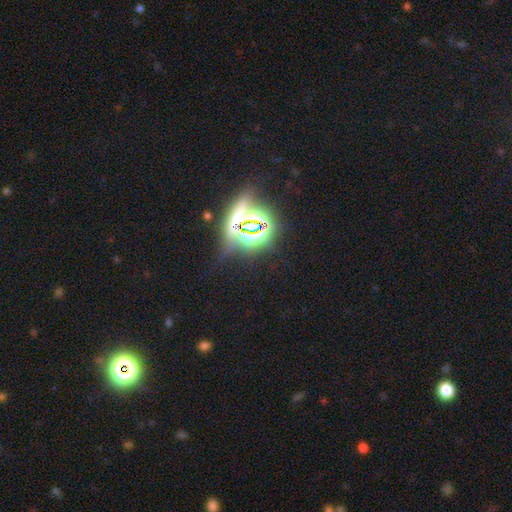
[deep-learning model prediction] The model was most divided on "smooth or featured": star or artifact: 78%, smooth: 11%, featured or disk: 11%.